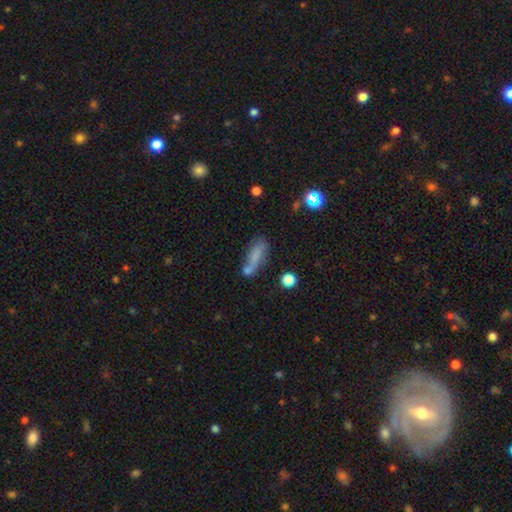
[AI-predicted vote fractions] Q: Smooth or featured?
A: smooth (69%); runner-up: featured or disk (20%)
Q: How rounded?
A: in between (48%); tied with: cigar-shaped (48%)
Q: Merging?
A: none (42%); runner-up: merger (23%)